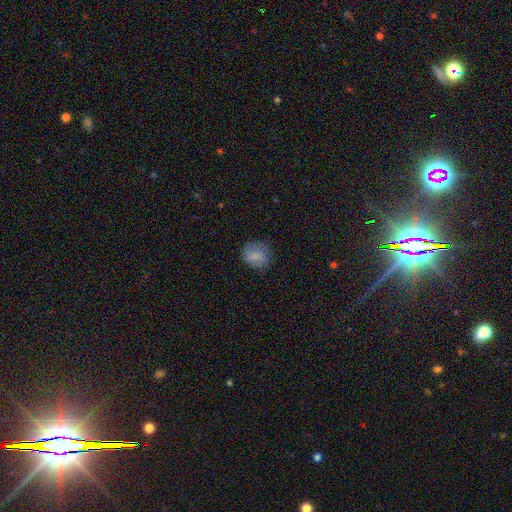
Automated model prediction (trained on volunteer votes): Overall: smooth (76%). How rounded: round (75%). Merging: none (69%).